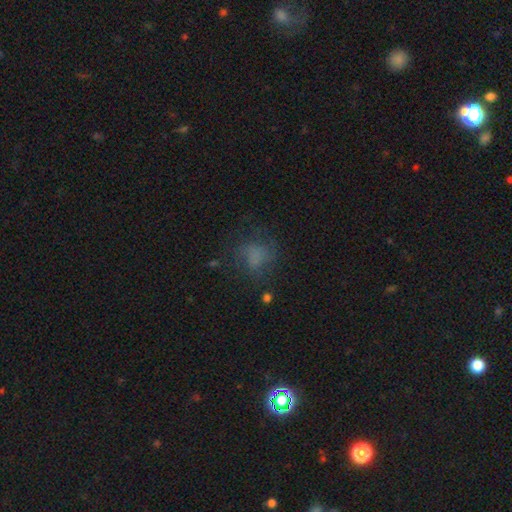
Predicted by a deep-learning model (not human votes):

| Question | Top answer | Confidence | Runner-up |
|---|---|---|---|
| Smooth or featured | smooth | 60% | featured or disk (22%) |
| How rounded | round | 63% | in between (35%) |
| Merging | none | 56% | major disturbance (21%) |